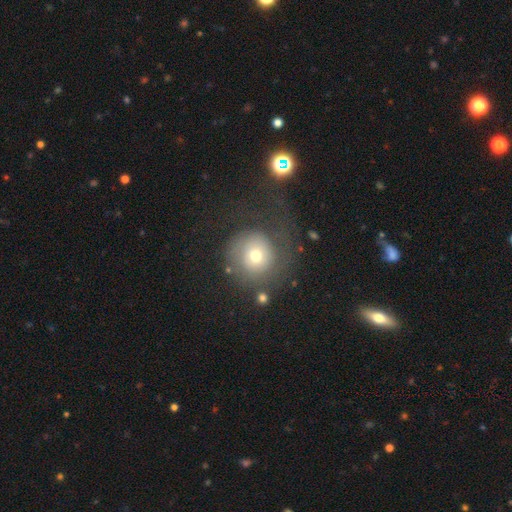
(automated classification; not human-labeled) This is likely a smooth galaxy (61%). How rounded: clearly round (92%). Merging: possibly none (49%).